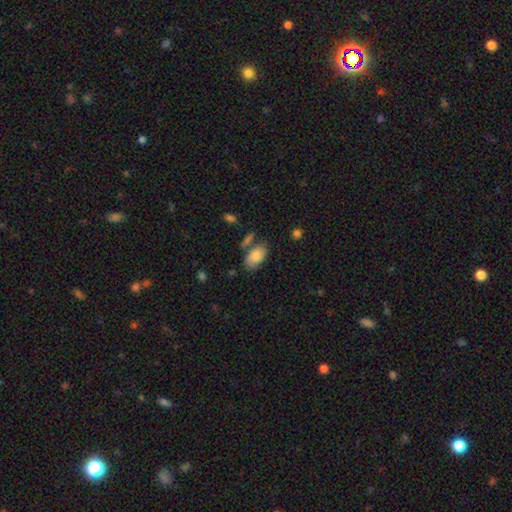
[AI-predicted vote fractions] Overall: smooth (82%). How rounded: in between (92%). Merging: none (61%).